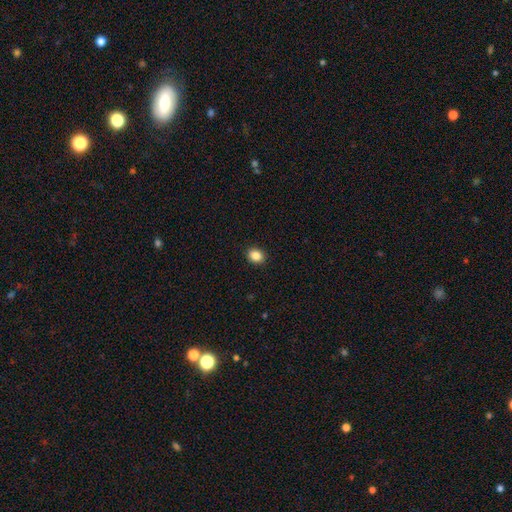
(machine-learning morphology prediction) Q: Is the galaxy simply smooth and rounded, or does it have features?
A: smooth — 86%.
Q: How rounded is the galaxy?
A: round — 54%.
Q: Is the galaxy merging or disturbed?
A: none — 92%.